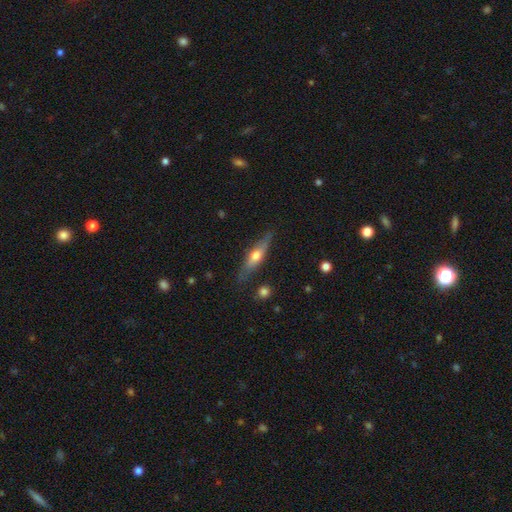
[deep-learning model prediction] Smooth or featured: featured or disk — 48% (smooth — 46%)
Merging: none — 80% (minor disturbance — 15%)